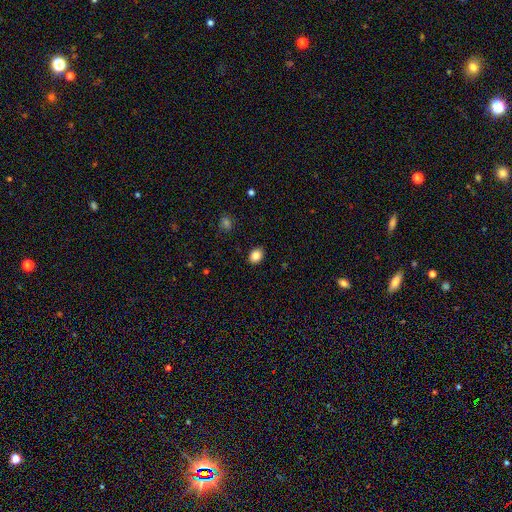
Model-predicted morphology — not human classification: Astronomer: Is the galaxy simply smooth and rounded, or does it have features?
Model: smooth — 85%.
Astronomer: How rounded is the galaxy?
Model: in between — 62% (runner-up: round, 37%).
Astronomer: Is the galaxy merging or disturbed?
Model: none — 89%.